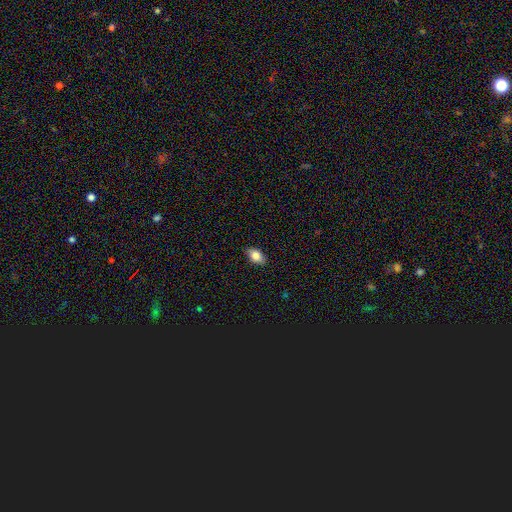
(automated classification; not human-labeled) Smooth or featured? Predicted: smooth (p=0.82). How rounded? Predicted: in between (p=0.89). Merging? Predicted: none (p=0.87).